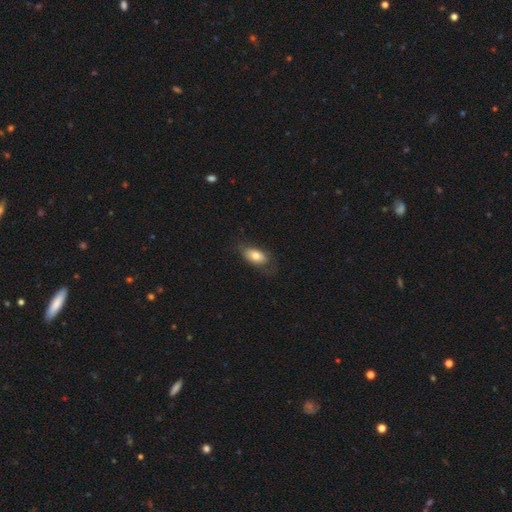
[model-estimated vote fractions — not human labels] This is likely a smooth galaxy (75%). How rounded: clearly in between (89%). Merging: likely none (71%).